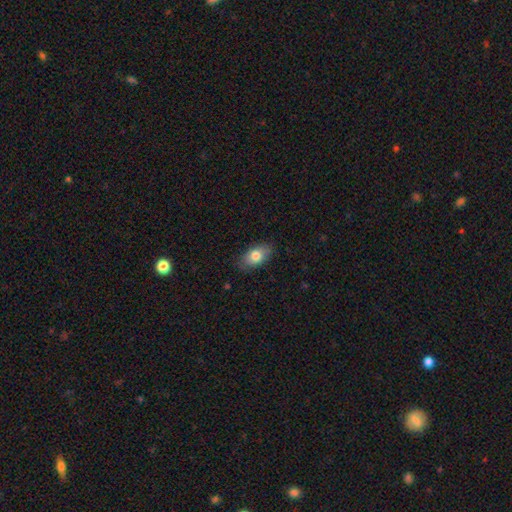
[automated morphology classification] Smooth or featured: smooth — 78% (featured or disk — 15%)
How rounded: in between — 89% (round — 7%)
Merging: none — 84% (minor disturbance — 13%)